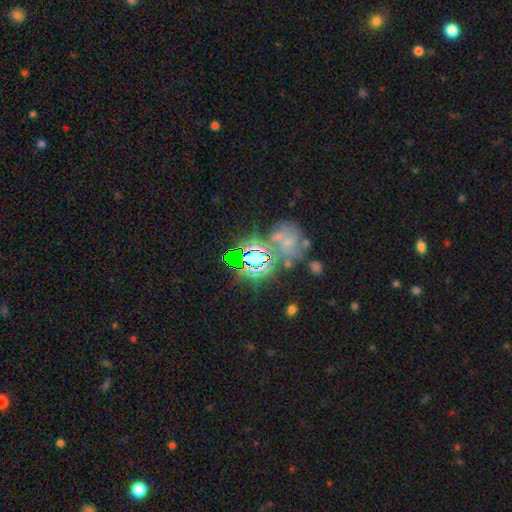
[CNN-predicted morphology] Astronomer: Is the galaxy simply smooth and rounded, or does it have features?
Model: star or artifact — 63%.